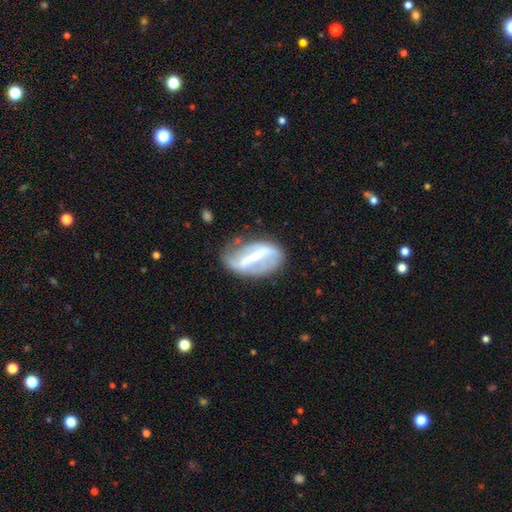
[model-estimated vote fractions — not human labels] Morphology: type=featured or disk (77%); edge-on=no (91%); bar=strong (74%); spiral arms=yes (60%); bulge=small (56%); merging=none (64%).